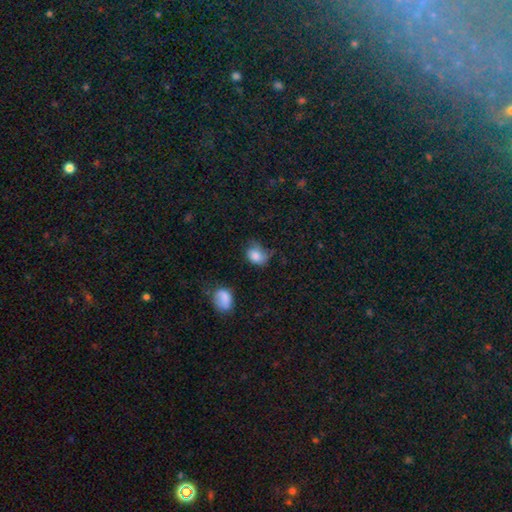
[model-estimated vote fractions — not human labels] smooth 81%, star or artifact 9%, featured or disk 9%. Down the decision tree: how rounded — in between (65%); merging — none (45%).